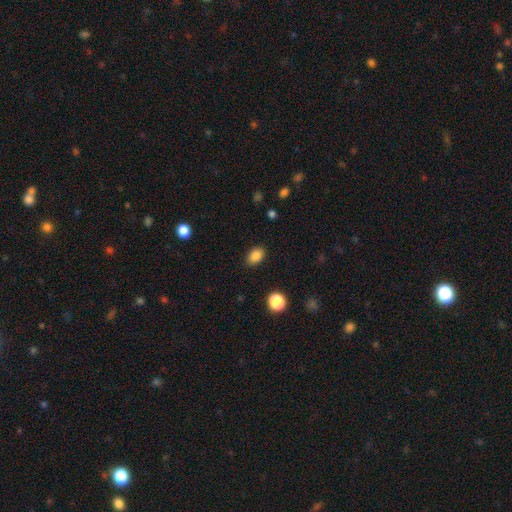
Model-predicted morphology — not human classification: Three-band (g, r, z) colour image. It shows a smooth galaxy with no disk features (86%) that is in between round and cigar-shaped (78%). Merging: none (86%).